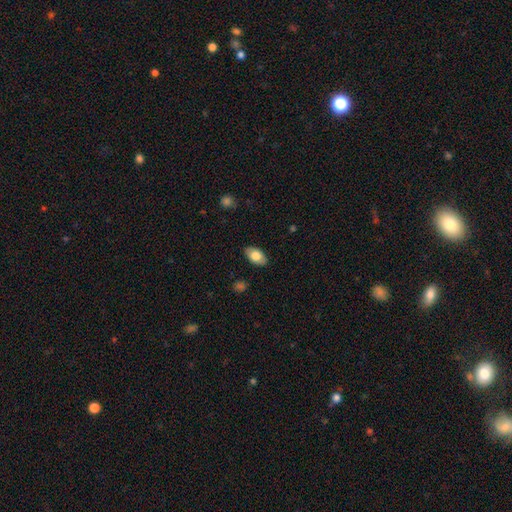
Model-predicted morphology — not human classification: type=smooth (76%); roundness=in between (93%); merging=none (86%).